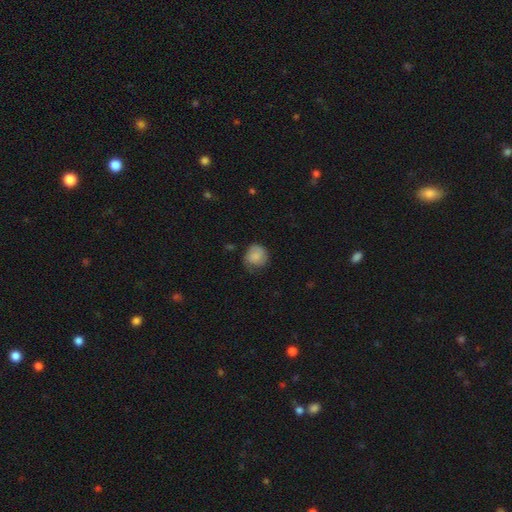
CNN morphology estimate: smooth_or_featured: smooth (p=0.72) [alt: featured or disk p=0.20]
how_rounded: round (p=0.82) [alt: in between p=0.17]
merging: none (p=0.60) [alt: minor disturbance p=0.28]